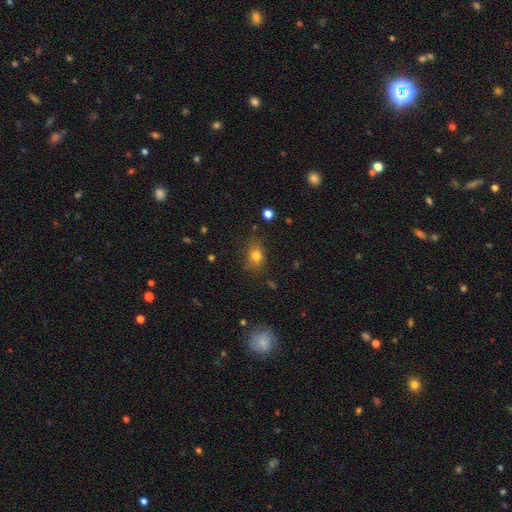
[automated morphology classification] smooth_or_featured: smooth (p=0.76) [alt: star or artifact p=0.13]
how_rounded: in between (p=0.61) [alt: round p=0.37]
merging: none (p=0.74) [alt: minor disturbance p=0.19]